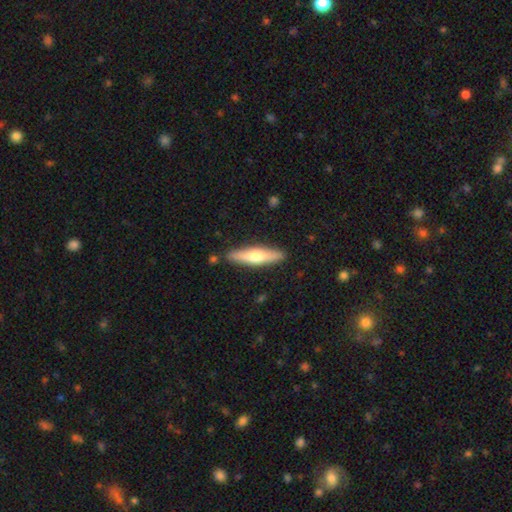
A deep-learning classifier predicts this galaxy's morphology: Smooth or featured?
  - smooth: 51% *
  - featured or disk: 43%
  - star or artifact: 5%
How rounded?
  - cigar-shaped: 77% *
  - in between: 21%
  - round: 2%
Merging?
  - none: 88% *
  - minor disturbance: 9%
  - merger: 2%
  - major disturbance: 2%